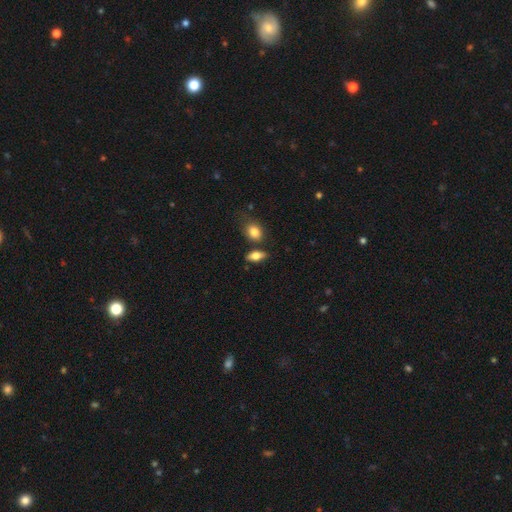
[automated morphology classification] The model was most divided on "smooth or featured": smooth: 72%, featured or disk: 21%, star or artifact: 8%. More confident: how rounded — in between (82%); merging — none (73%).